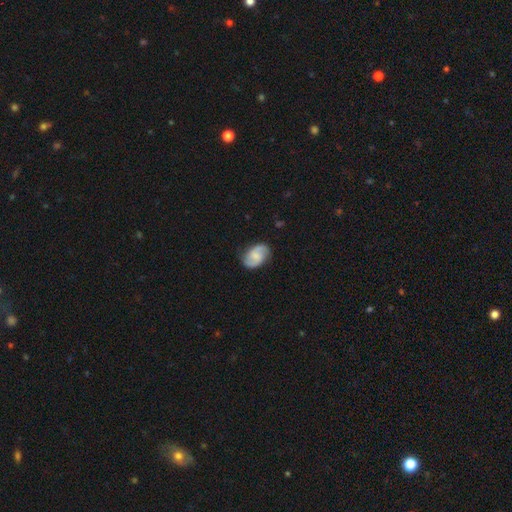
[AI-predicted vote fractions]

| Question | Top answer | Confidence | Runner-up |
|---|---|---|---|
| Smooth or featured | featured or disk | 69% | smooth (24%) |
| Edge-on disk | no | 98% | yes (2%) |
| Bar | weak | 47% | no (43%) |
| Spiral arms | yes | 95% | no (5%) |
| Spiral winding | medium | 48% | loose (30%) |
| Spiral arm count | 2 | 90% | can't tell (5%) |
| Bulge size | small | 35% | none (32%) |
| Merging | none | 81% | minor disturbance (14%) |